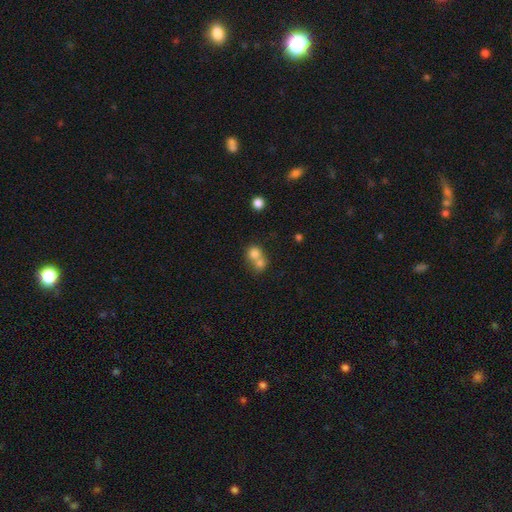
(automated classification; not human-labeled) A smooth galaxy with no disk features (76%) that is round (74%).

Vote fractions:
- Smooth or featured? smooth: 76% / featured or disk: 13% / star or artifact: 11%
- How rounded? round: 74% / in between: 25% / cigar-shaped: 1%
- Merging? merger: 66% / none: 26% / minor disturbance: 5% / major disturbance: 3%